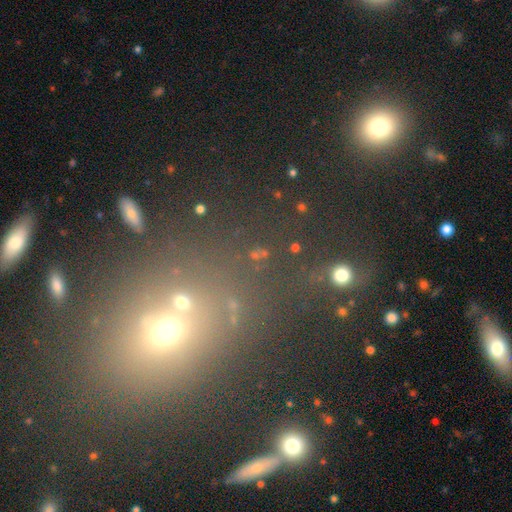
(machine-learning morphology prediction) This appears to be a star or artifact, not a galaxy (43%).